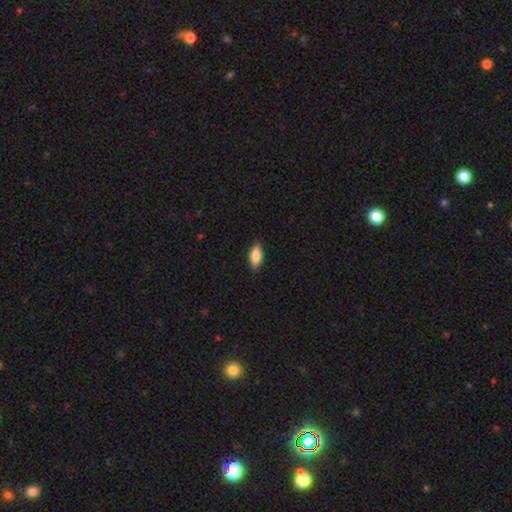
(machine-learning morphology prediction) smooth 82%, featured or disk 12%, star or artifact 6%. Down the decision tree: how rounded — in between (83%); merging — none (88%).